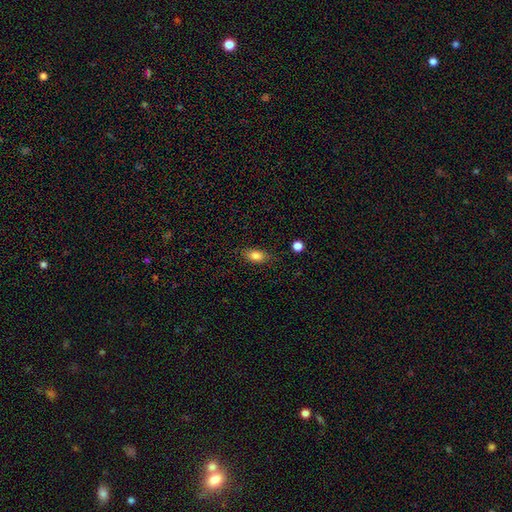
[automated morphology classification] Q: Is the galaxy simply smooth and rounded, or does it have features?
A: smooth — 83%.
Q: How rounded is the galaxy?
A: in between — 86%.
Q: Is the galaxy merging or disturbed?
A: none — 82%.